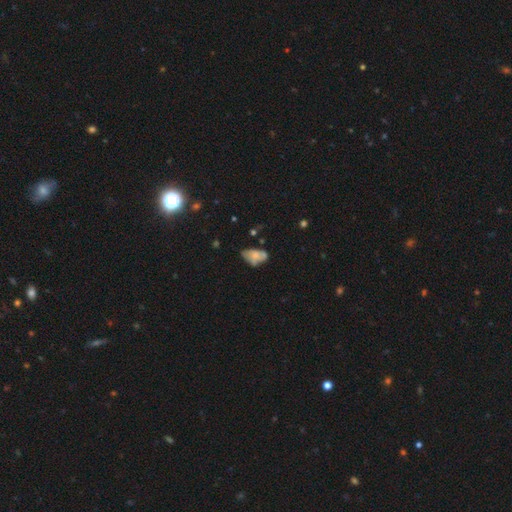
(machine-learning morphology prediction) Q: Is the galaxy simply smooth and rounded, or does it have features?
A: smooth — 58%.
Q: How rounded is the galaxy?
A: in between — 90%.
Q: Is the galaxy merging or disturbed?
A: none — 40%.